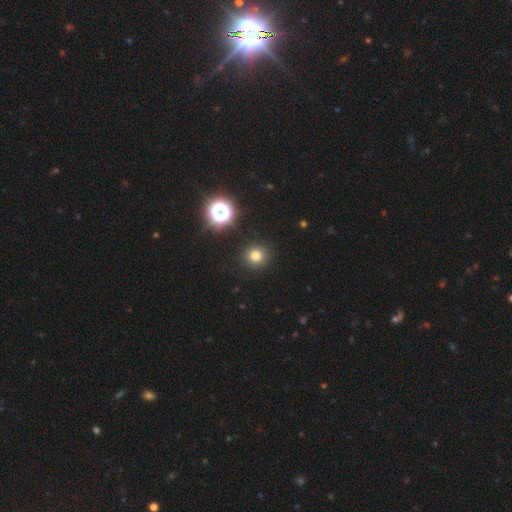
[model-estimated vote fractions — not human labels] smooth-or-featured: smooth: 77% | star or artifact: 17% | featured or disk: 6%
  how-rounded: round: 94% | in between: 5% | cigar-shaped: 1%
  merging: none: 92% | minor disturbance: 5% | major disturbance: 2% | merger: 1%